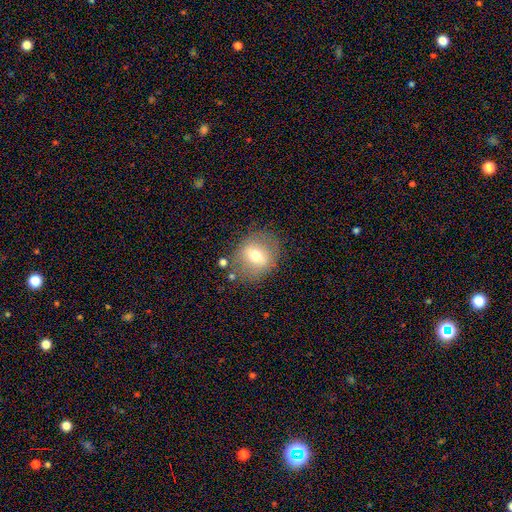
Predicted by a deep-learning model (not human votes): Morphology: type=smooth (54%); roundness=round (62%); merging=none (76%).